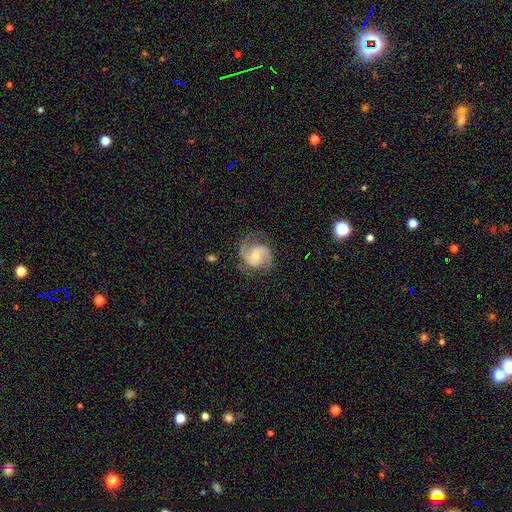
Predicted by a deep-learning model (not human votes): featured or disk 85%, smooth 9%, star or artifact 6%. Down the decision tree: edge-on disk — no (98%); bar — no (49%); spiral arms — yes (97%); spiral arm count — 2 (89%); spiral winding — medium (55%); bulge size — moderate (46%, tied with small); merging — none (74%).